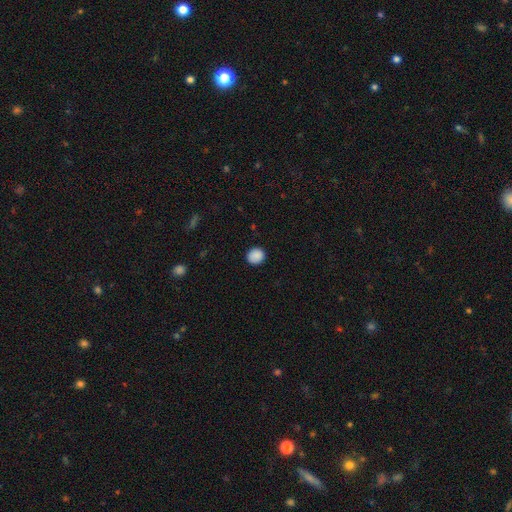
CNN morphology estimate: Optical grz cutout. It shows a smooth galaxy with no disk features (88%) that is round (87%). Merging: none (89%).